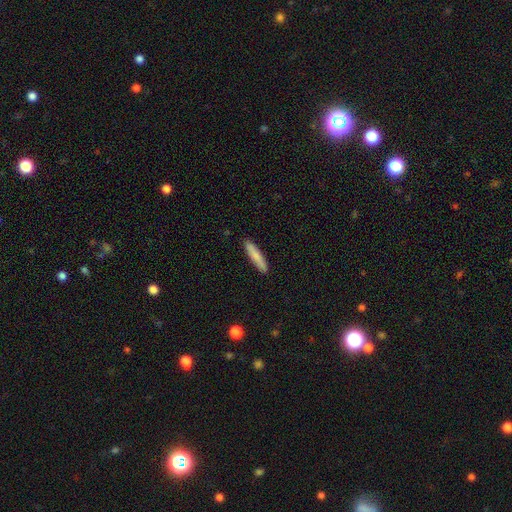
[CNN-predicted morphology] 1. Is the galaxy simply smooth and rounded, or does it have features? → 79% smooth, 15% featured or disk, 6% star or artifact.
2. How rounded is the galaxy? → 89% cigar-shaped, 10% in between, 1% round.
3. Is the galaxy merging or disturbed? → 90% none, 7% minor disturbance, 1% major disturbance, 1% merger.